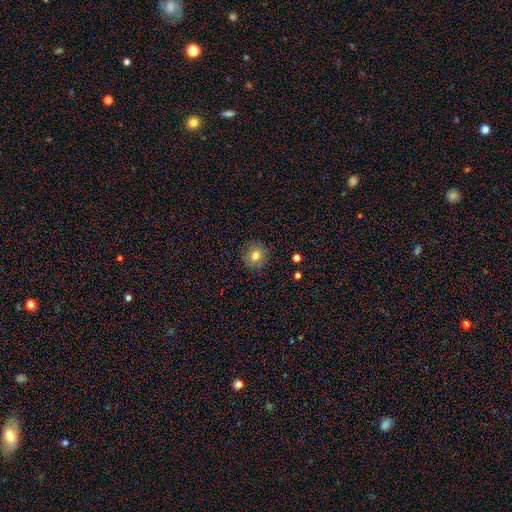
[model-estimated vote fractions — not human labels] A smooth galaxy with no disk features (77%) that is round (88%).

Vote fractions:
- Smooth or featured? smooth: 77% / star or artifact: 13% / featured or disk: 10%
- How rounded? round: 88% / in between: 11% / cigar-shaped: 1%
- Merging? none: 87% / minor disturbance: 9% / major disturbance: 3% / merger: 1%